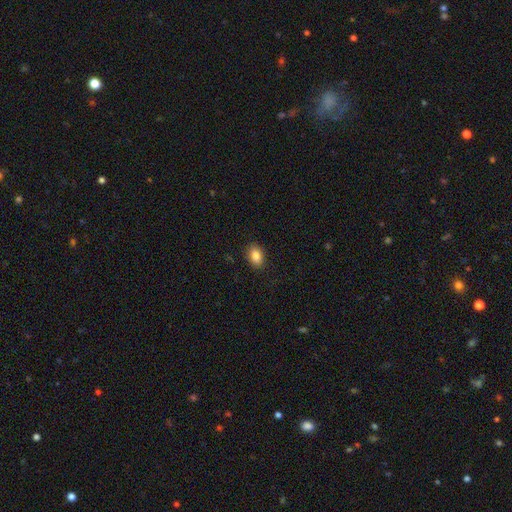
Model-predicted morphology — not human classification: Smooth or featured: smooth — 86% (star or artifact — 9%)
How rounded: in between — 83% (round — 16%)
Merging: none — 88% (minor disturbance — 9%)